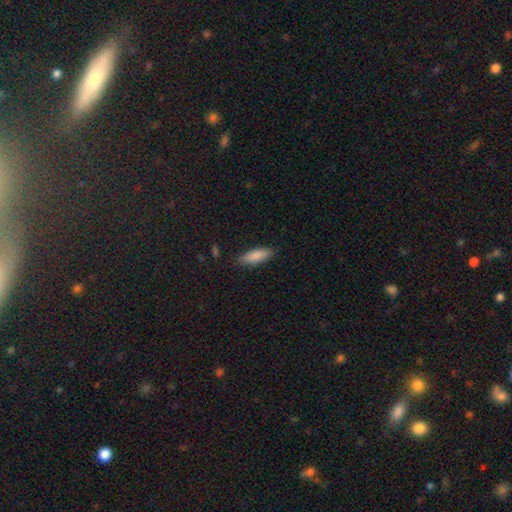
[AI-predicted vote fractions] smooth-or-featured: smooth: 87% | featured or disk: 7% | star or artifact: 6%
  how-rounded: in between: 58% | cigar-shaped: 40% | round: 2%
  merging: none: 85% | minor disturbance: 11% | major disturbance: 2% | merger: 1%